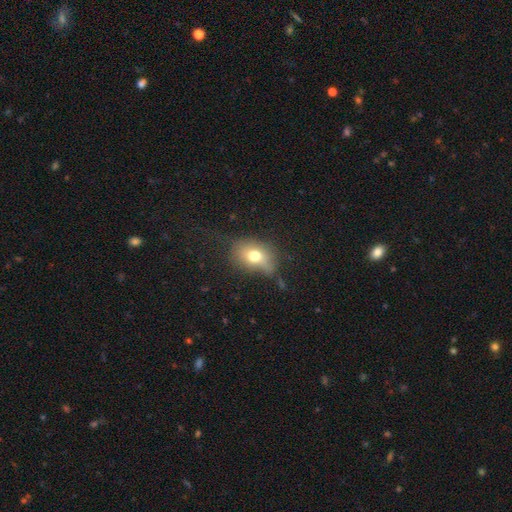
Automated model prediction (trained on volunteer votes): Morphology: type=smooth (69%); roundness=in between (64%); merging=none (55%).